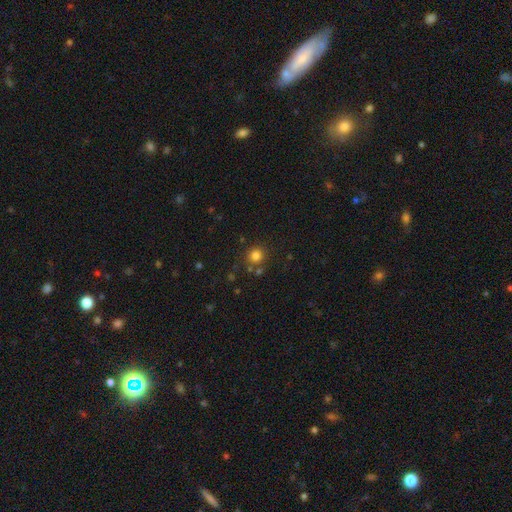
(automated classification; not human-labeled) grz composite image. It shows a smooth galaxy with no disk features (80%) that is round (91%). Merging: none (79%).